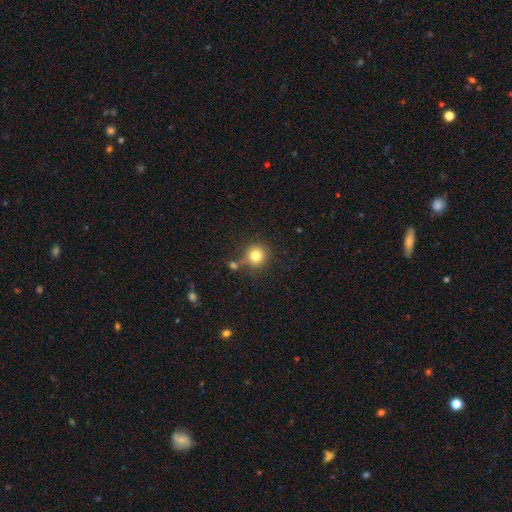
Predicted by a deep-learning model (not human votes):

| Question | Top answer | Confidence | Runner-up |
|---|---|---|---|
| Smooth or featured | smooth | 79% | star or artifact (12%) |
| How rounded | round | 91% | in between (8%) |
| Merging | none | 73% | merger (12%) |